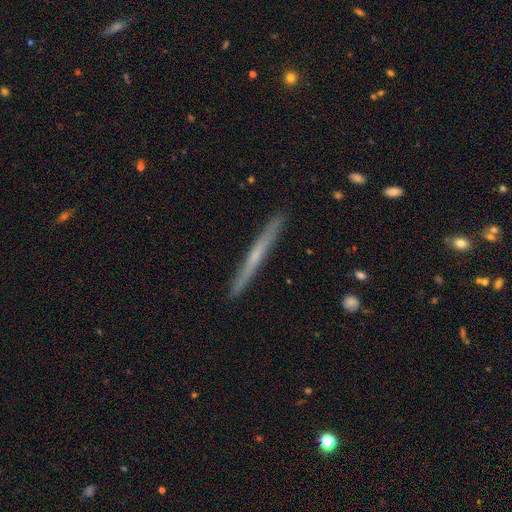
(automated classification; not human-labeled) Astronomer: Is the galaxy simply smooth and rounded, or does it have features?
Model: featured or disk — 55% (runner-up: smooth, 39%).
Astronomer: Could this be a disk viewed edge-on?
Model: yes — 97%.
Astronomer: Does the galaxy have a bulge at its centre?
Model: none — 69%.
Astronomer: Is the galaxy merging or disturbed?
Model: none — 91%.